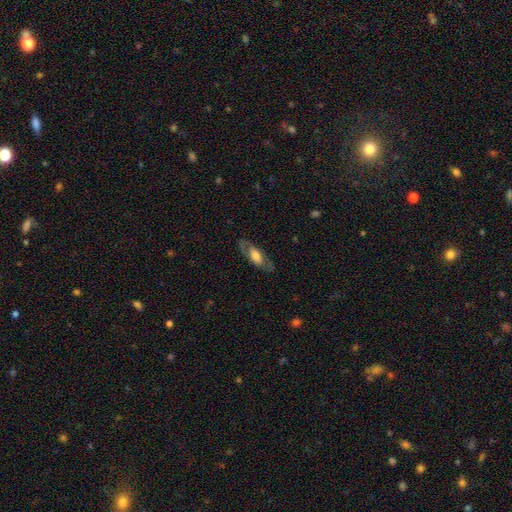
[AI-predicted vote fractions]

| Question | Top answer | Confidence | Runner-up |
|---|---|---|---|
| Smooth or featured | featured or disk | 52% | smooth (42%) |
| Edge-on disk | no | 74% | yes (26%) |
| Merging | none | 78% | minor disturbance (14%) |